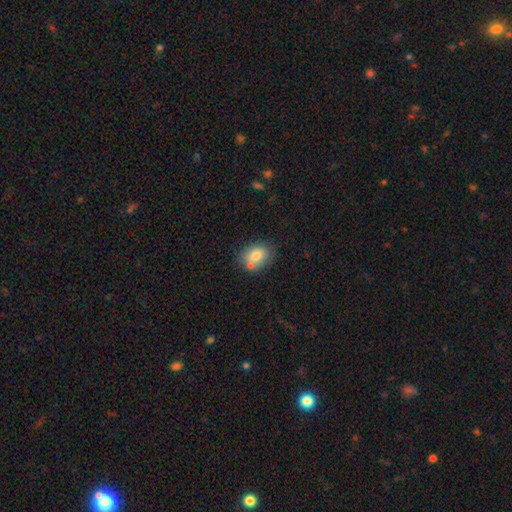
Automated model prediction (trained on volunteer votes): Smooth or featured? smooth (78%)
How rounded? in between (71%)
Merging? none (65%)